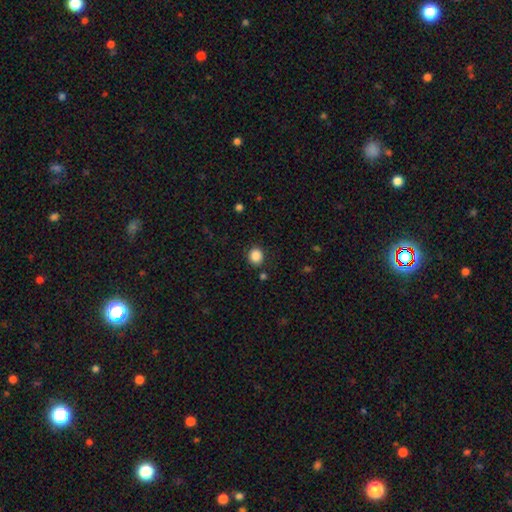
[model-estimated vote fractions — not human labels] Smooth or featured? smooth (87%)
How rounded? round (78%)
Merging? none (87%)